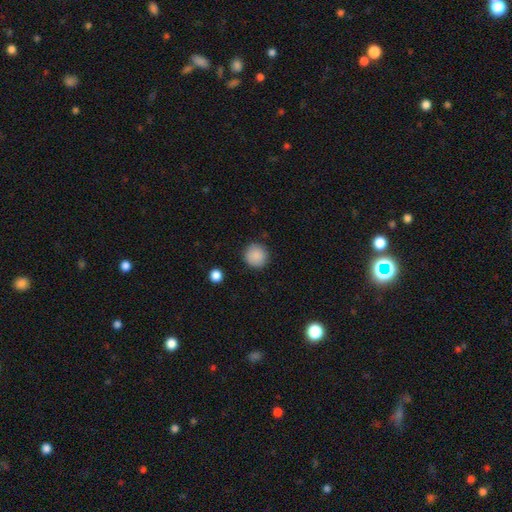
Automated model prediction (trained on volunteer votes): A smooth galaxy with no disk features (89%) that is round (94%).

Vote fractions:
- Smooth or featured? smooth: 89% / star or artifact: 8% / featured or disk: 3%
- How rounded? round: 94% / in between: 5% / cigar-shaped: 1%
- Merging? none: 90% / minor disturbance: 7% / major disturbance: 2% / merger: 1%